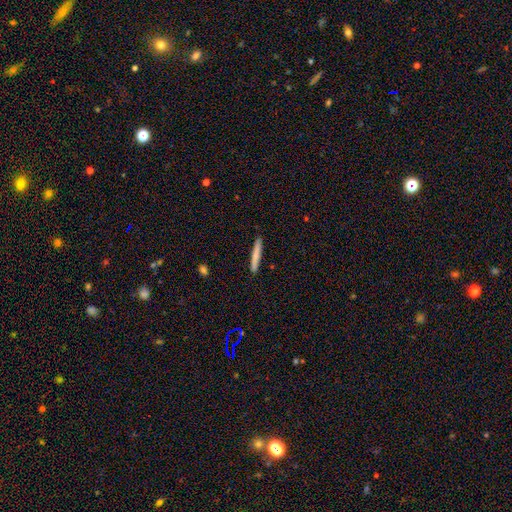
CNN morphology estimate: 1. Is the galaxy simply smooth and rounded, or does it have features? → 74% smooth, 20% featured or disk, 6% star or artifact.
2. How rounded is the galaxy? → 96% cigar-shaped, 3% in between, 1% round.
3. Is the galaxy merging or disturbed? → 91% none, 7% minor disturbance, 1% major disturbance, 1% merger.